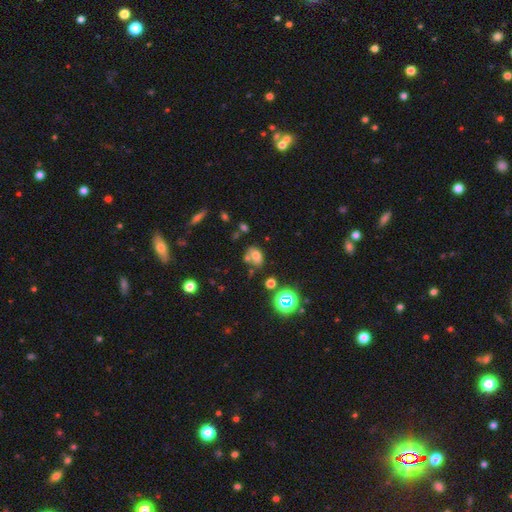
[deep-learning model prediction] Smooth or featured? Predicted: smooth (p=0.67). How rounded? Predicted: in between (p=0.77). Merging? Predicted: none (p=0.56).